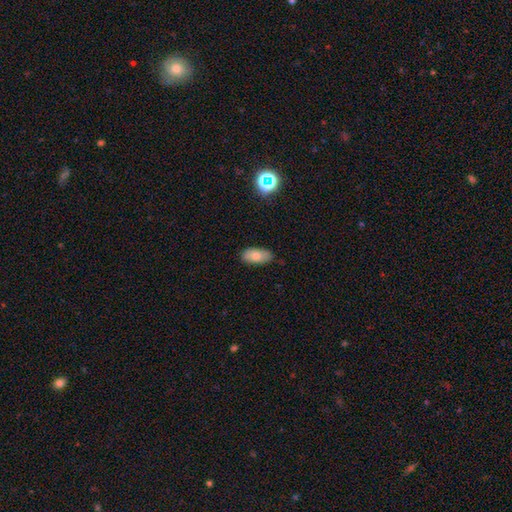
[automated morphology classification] This appears to be a smooth galaxy with no disk features (77%) that is in between round and cigar-shaped (91%). Merging: none (83%).